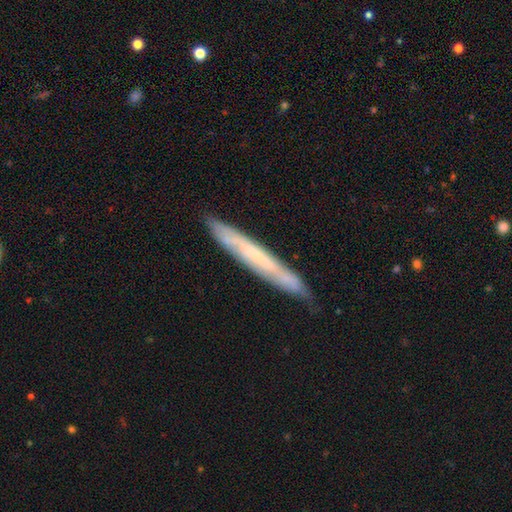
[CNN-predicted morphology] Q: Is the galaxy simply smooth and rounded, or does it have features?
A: featured or disk — 57%.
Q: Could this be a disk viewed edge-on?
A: yes — 79%.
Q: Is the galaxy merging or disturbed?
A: none — 82%.